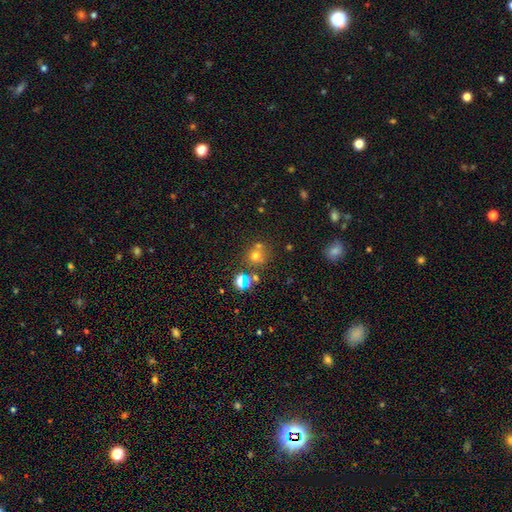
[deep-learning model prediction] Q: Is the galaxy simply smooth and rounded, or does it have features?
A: smooth — 59%.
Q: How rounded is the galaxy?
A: round — 85%.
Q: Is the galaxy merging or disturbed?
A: none — 60%.